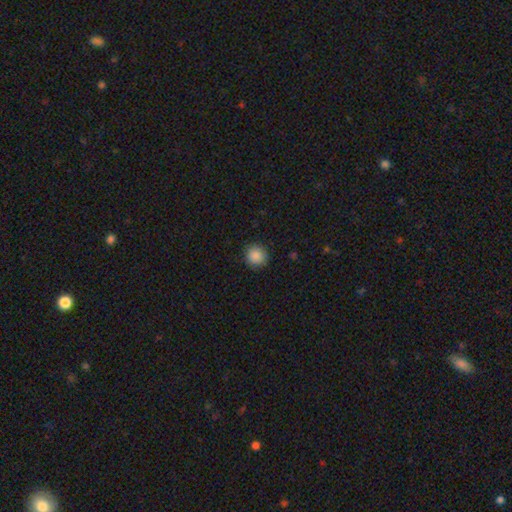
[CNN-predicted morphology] smooth_or_featured: smooth (p=0.88) [alt: star or artifact p=0.09]
how_rounded: round (p=0.91) [alt: in between p=0.08]
merging: none (p=0.90) [alt: minor disturbance p=0.07]